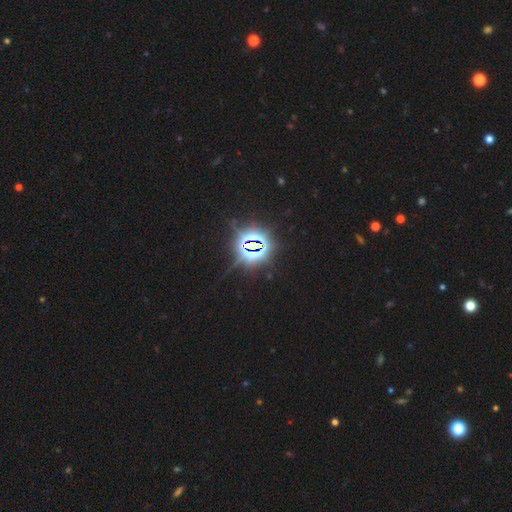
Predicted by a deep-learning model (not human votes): The model was most divided on "smooth or featured": star or artifact: 86%, smooth: 9%, featured or disk: 6%.